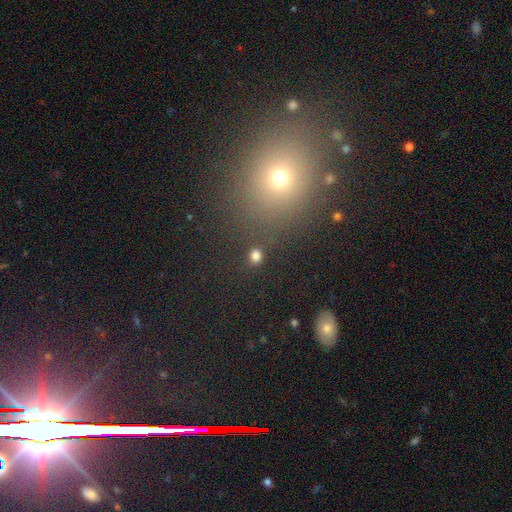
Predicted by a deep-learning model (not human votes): smooth-or-featured: smooth: 80% | star or artifact: 15% | featured or disk: 4%
  how-rounded: round: 73% | in between: 25% | cigar-shaped: 1%
  merging: none: 85% | minor disturbance: 7% | merger: 4% | major disturbance: 3%